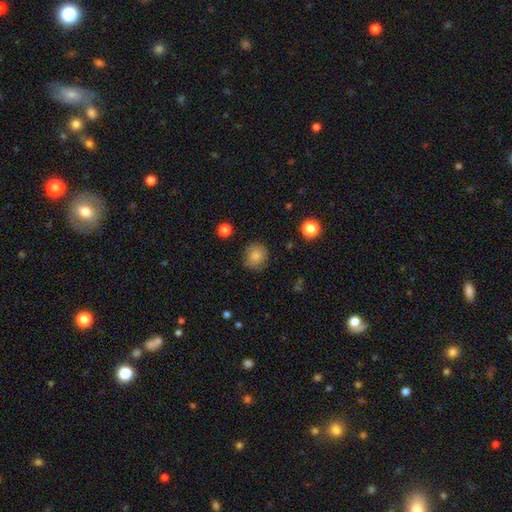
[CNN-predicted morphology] This appears to be a smooth galaxy with no disk features (81%) that is round (87%). Merging: none (81%).